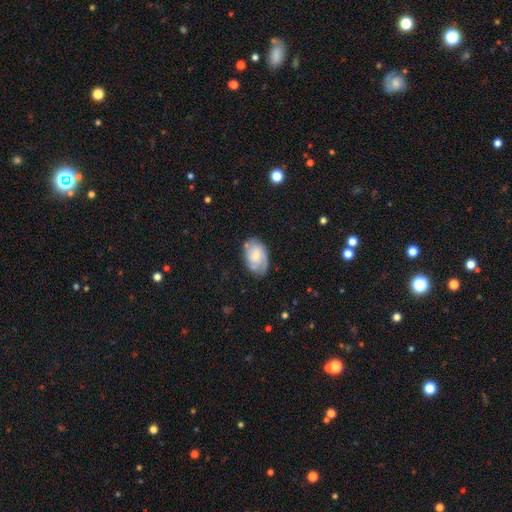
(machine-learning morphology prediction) A featured or disk galaxy (61%) with no bar (63%), 2 (41%) tight (51%) spiral arms (88%) and a small central bulge (56%).

Vote fractions:
- Smooth or featured? featured or disk: 61% / smooth: 32% / star or artifact: 7%
- Edge-on disk? no: 96% / yes: 4%
- Bar? no: 63% / weak: 32% / strong: 5%
- Spiral arms? yes: 88% / no: 12%
- Spiral winding? tight: 51% / medium: 37% / loose: 12%
- Spiral arm count? 2: 41% / can't tell: 32% / 3: 14% / 1: 7% / 4: 3% / more than 4: 3%
- Bulge size? small: 56% / moderate: 34% / none: 6% / large: 3% / dominant: 1%
- Merging? none: 69% / minor disturbance: 22% / major disturbance: 7% / merger: 2%